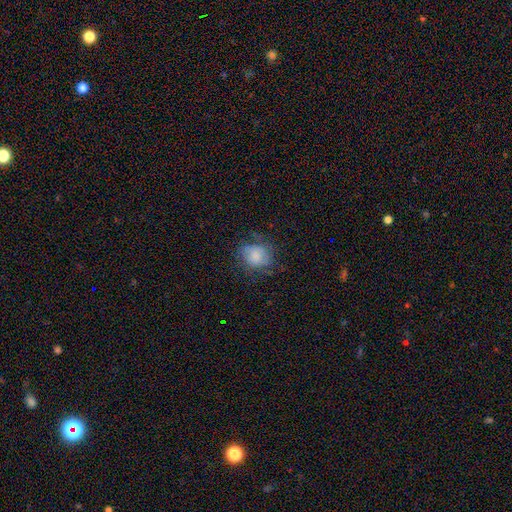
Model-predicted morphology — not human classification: This appears to be a smooth galaxy with no disk features (71%) that is round (66%). Merging: none (59%).